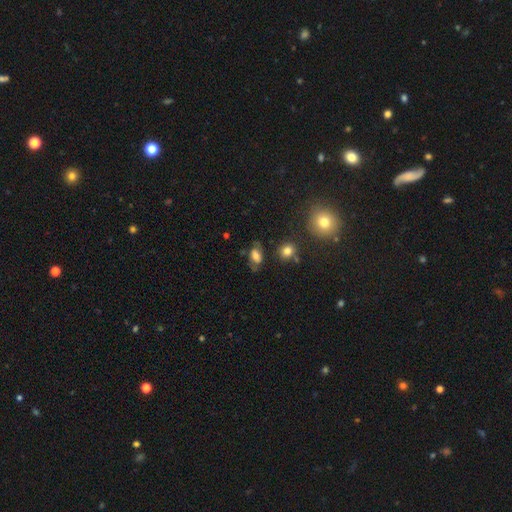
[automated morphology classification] A smooth galaxy with no disk features (56%) that is in between round and cigar-shaped (83%).

Vote fractions:
- Smooth or featured? smooth: 56% / featured or disk: 32% / star or artifact: 12%
- How rounded? in between: 83% / round: 13% / cigar-shaped: 3%
- Merging? none: 64% / minor disturbance: 21% / major disturbance: 11% / merger: 4%